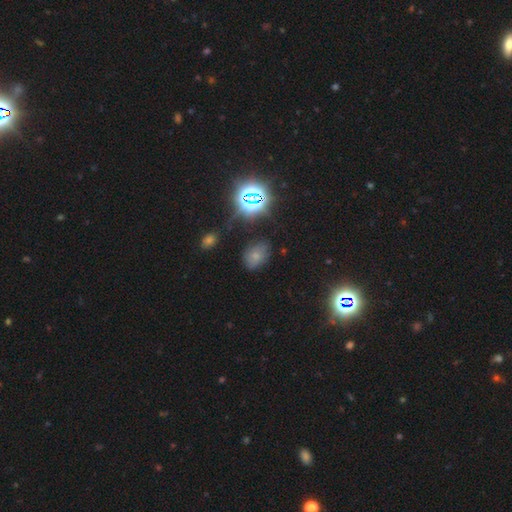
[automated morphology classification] This is possibly a smooth galaxy (56%). How rounded: likely in between (75%). Merging: likely none (71%).